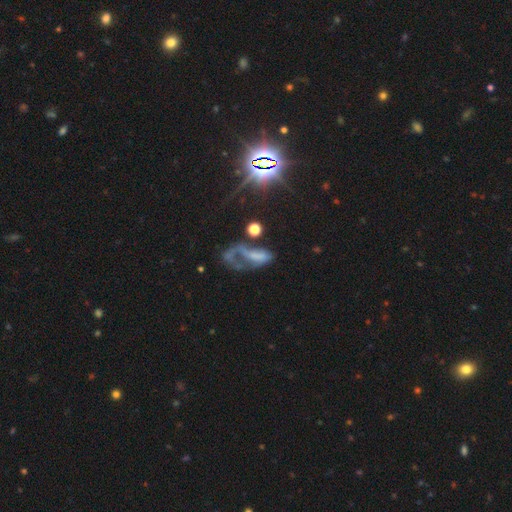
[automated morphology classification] smooth-or-featured: featured or disk: 48% | smooth: 31% | star or artifact: 21%
  merging: major disturbance: 51% | none: 21% | minor disturbance: 15% | merger: 13%